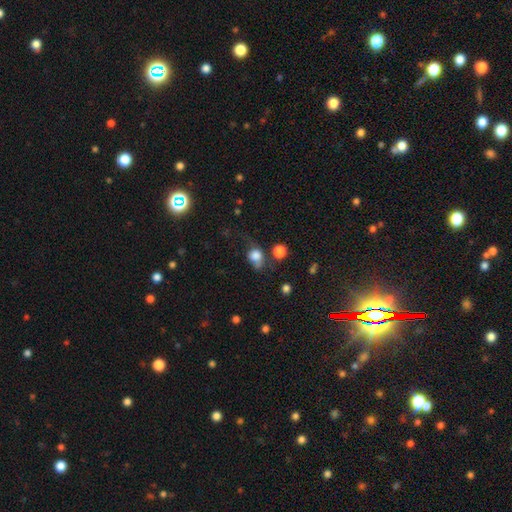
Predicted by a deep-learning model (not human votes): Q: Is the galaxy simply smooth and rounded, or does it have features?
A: smooth — 78%.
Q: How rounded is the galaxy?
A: round — 68%.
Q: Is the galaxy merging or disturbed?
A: none — 42%.